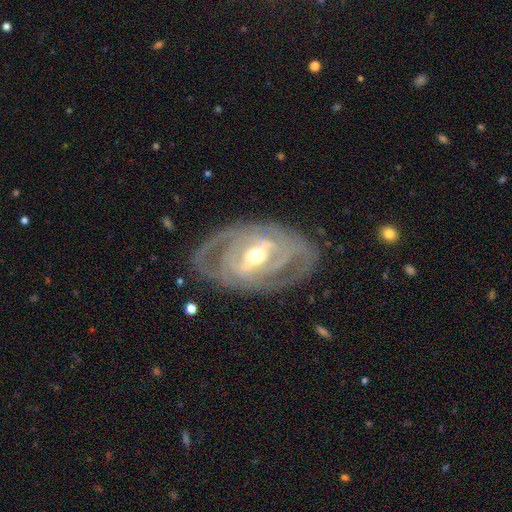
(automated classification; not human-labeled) This is clearly a featured or disk galaxy (87%). It is clearly not viewed edge-on (94%). Bar: possibly strong (47%). Spiral arm pattern: clearly yes (86%). Spiral arm count: marginally 2 (41%). Spiral winding: likely tight (65%). Central bulge: likely moderate (65%). Merging: likely none (78%).